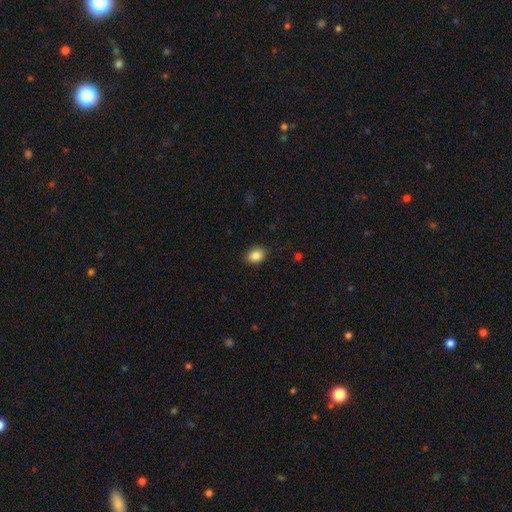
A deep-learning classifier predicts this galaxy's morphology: This appears to be a smooth galaxy with no disk features (86%) that is in between round and cigar-shaped (50%). Merging: none (86%).